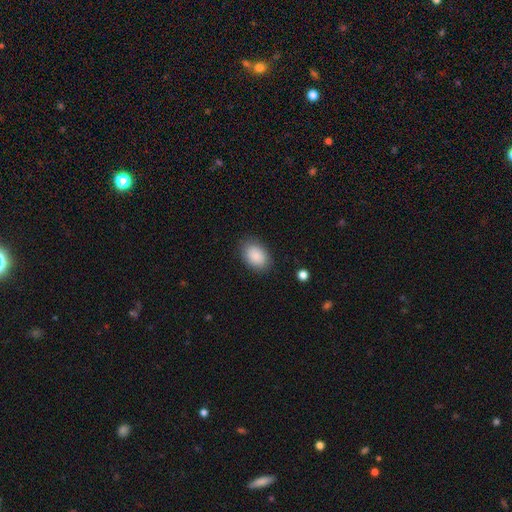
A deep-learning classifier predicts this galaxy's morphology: This appears to be a smooth galaxy with no disk features (88%) that is in between round and cigar-shaped (84%). Merging: none (84%).